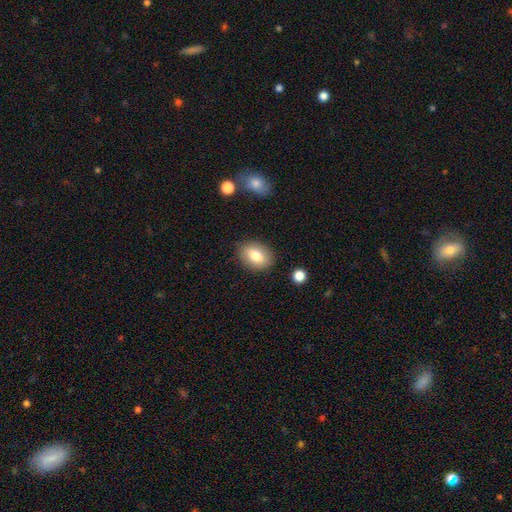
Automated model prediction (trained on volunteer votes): Morphology: type=smooth (79%); roundness=in between (78%); merging=none (85%).